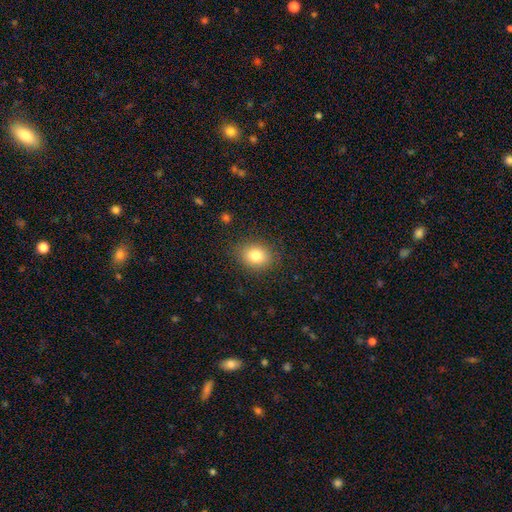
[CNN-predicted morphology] This appears to be a smooth galaxy with no disk features (82%) that is round (50%). Merging: none (86%).